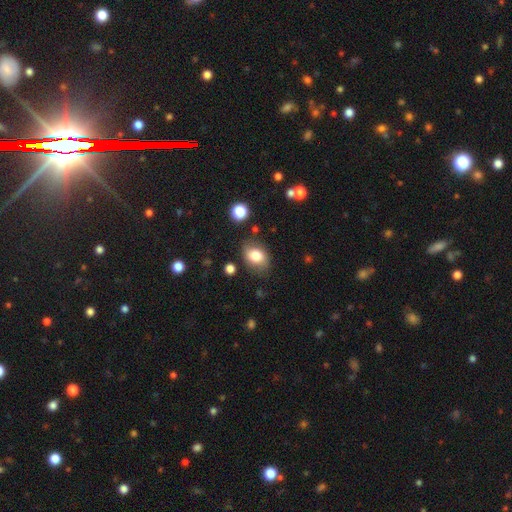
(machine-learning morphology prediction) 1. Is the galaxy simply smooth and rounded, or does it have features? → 77% smooth, 14% featured or disk, 9% star or artifact.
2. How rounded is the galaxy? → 73% in between, 26% round, 1% cigar-shaped.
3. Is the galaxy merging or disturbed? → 73% none, 19% minor disturbance, 5% major disturbance, 3% merger.